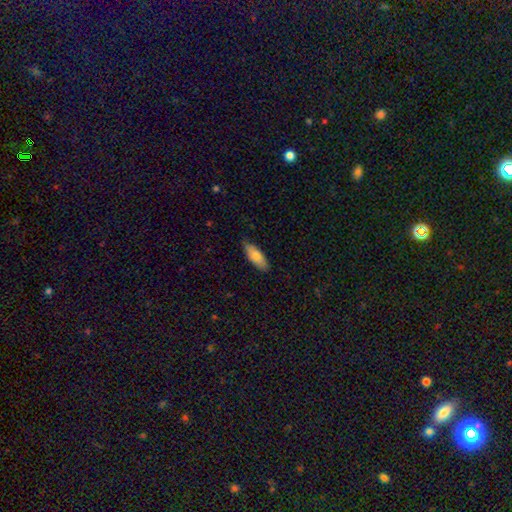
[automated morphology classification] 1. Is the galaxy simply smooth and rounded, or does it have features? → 77% smooth, 17% featured or disk, 6% star or artifact.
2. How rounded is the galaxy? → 77% in between, 21% cigar-shaped, 2% round.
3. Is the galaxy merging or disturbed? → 80% none, 17% minor disturbance, 2% major disturbance, 1% merger.